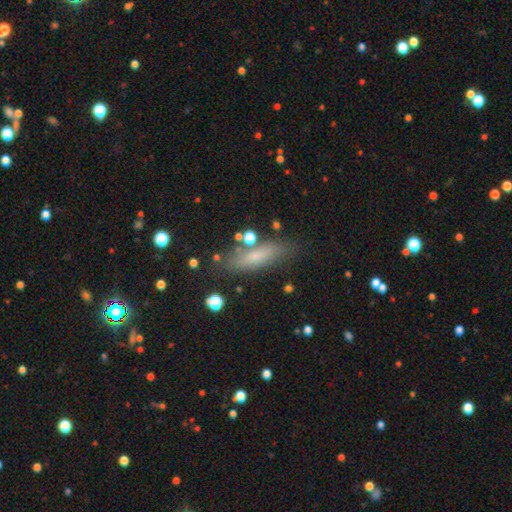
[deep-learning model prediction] smooth-or-featured: smooth: 68% | featured or disk: 22% | star or artifact: 10%
  how-rounded: cigar-shaped: 62% | in between: 35% | round: 3%
  merging: none: 77% | minor disturbance: 14% | merger: 5% | major disturbance: 4%